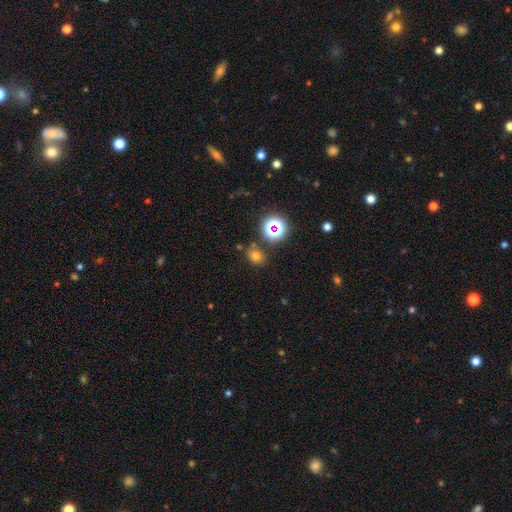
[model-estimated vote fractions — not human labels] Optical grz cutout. It shows a smooth galaxy with no disk features (67%) that is round (64%). Merging: none (77%).